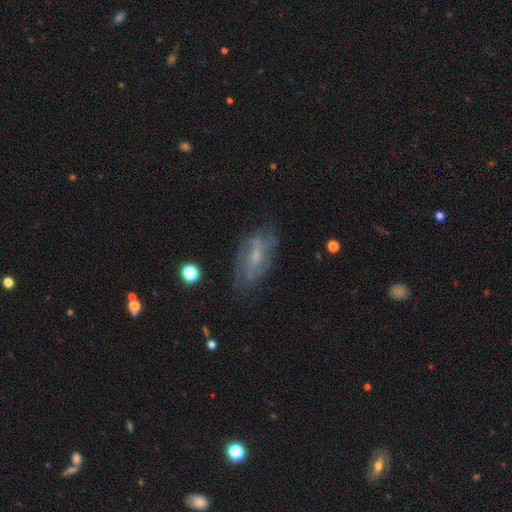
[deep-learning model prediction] A featured or disk galaxy (65%) with a weak bar (47%), spiral arms (78%) and a small central bulge (59%).

Vote fractions:
- Smooth or featured? featured or disk: 65% / smooth: 26% / star or artifact: 9%
- Edge-on disk? no: 89% / yes: 11%
- Bar? weak: 47% / no: 40% / strong: 13%
- Spiral arms? yes: 78% / no: 22%
- Bulge size? small: 59% / moderate: 29% / none: 9% / large: 2% / dominant: 1%
- Merging? none: 71% / minor disturbance: 20% / major disturbance: 8% / merger: 2%